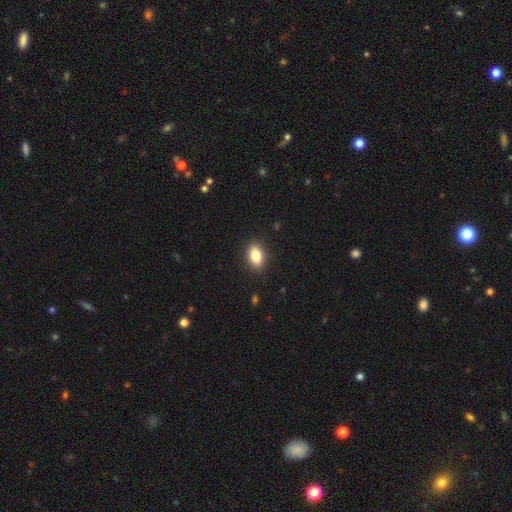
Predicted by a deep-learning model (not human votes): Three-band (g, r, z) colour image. It shows a smooth galaxy with no disk features (84%) that is in between round and cigar-shaped (88%). Merging: none (89%).